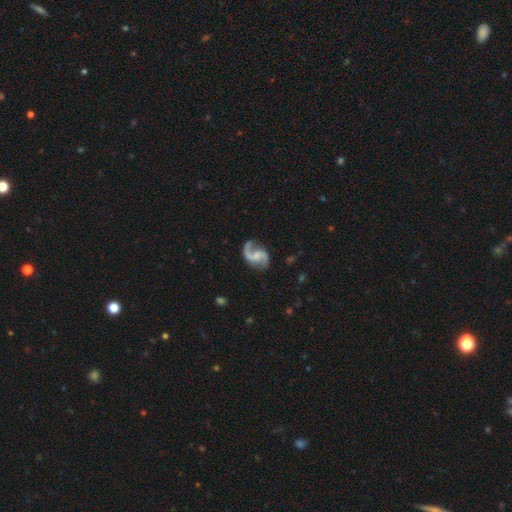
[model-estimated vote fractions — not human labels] Smooth or featured? Predicted: featured or disk (p=0.91). Edge-on disk? Predicted: no (p=0.98). Bar? Predicted: no (p=0.45). Spiral arms? Predicted: yes (p=0.98). Spiral winding? Predicted: loose (p=0.58). Spiral arm count? Predicted: 2 (p=0.93). Bulge size? Predicted: small (p=0.44). Merging? Predicted: none (p=0.75).